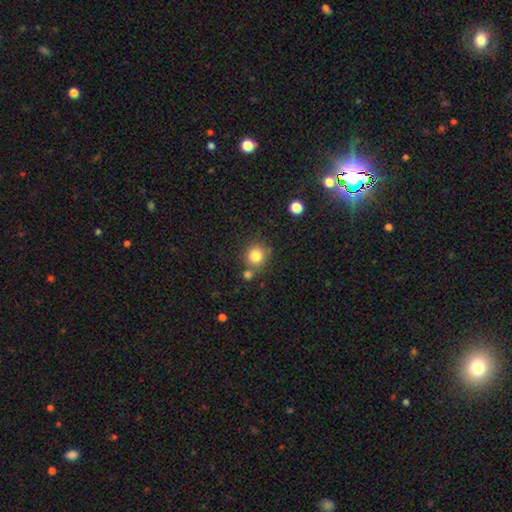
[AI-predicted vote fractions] Morphology: type=smooth (82%); roundness=round (91%); merging=none (71%).